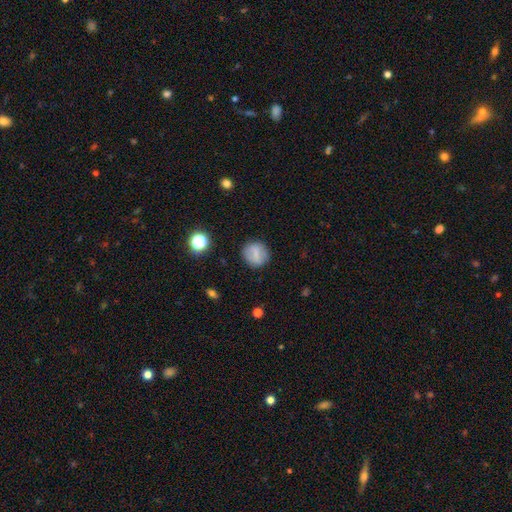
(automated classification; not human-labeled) smooth-or-featured: smooth: 65% | featured or disk: 25% | star or artifact: 10%
  how-rounded: round: 84% | in between: 14% | cigar-shaped: 1%
  merging: none: 85% | minor disturbance: 10% | major disturbance: 3% | merger: 2%